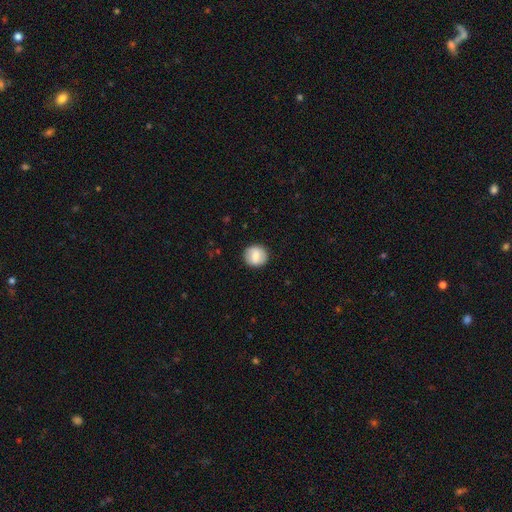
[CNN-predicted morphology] This appears to be a smooth galaxy with no disk features (75%) that is round (89%). Merging: none (89%).